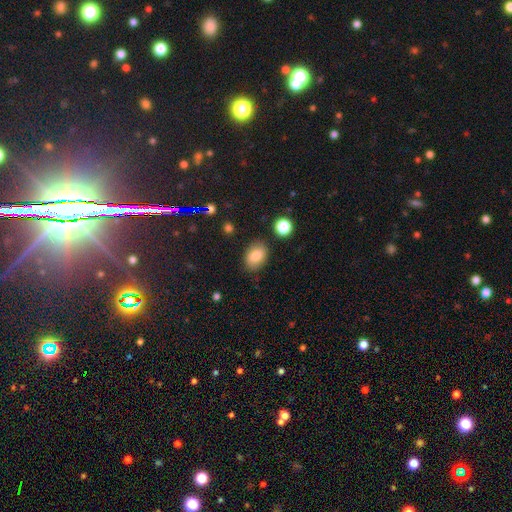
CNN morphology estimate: A smooth galaxy with no disk features (82%) that is in between round and cigar-shaped (78%). Merging: none (82%).